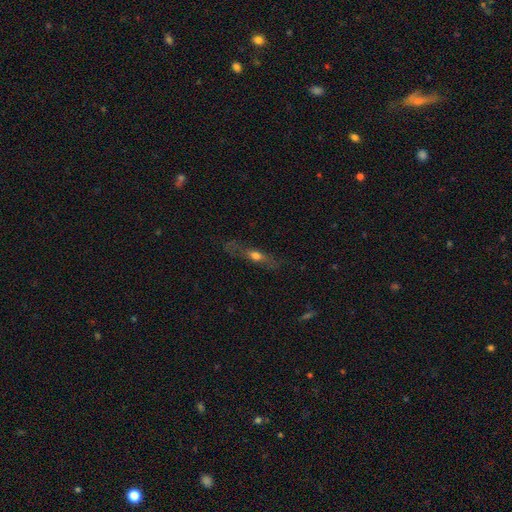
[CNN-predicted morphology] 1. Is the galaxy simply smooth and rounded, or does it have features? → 45% smooth (tied), 45% featured or disk (tied), 10% star or artifact.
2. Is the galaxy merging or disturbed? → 68% none, 18% minor disturbance, 11% major disturbance, 2% merger.